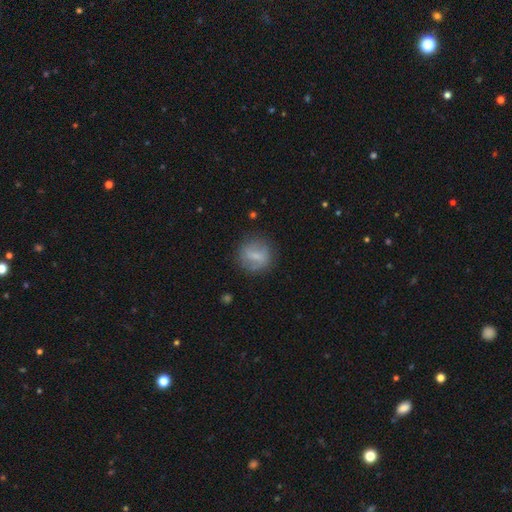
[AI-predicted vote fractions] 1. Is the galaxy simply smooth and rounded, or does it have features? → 60% smooth, 32% featured or disk, 8% star or artifact.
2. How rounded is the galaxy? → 81% round, 17% in between, 2% cigar-shaped.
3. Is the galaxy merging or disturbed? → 78% none, 15% minor disturbance, 6% major disturbance, 2% merger.